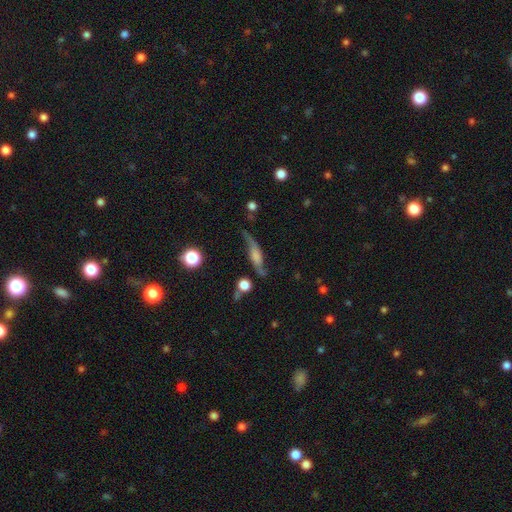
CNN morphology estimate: Smooth or featured? featured or disk (70%)
Edge-on disk? no (58%)
Merging? none (59%)